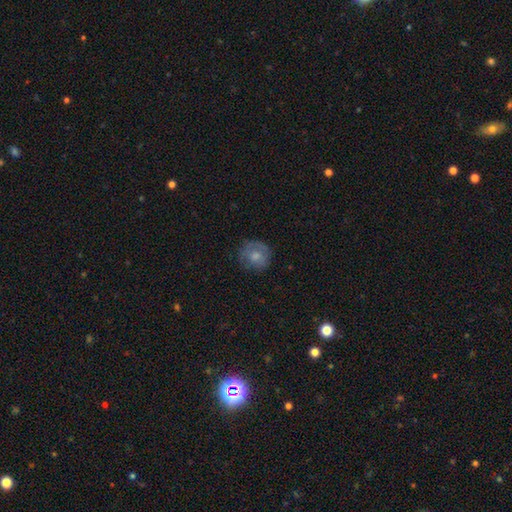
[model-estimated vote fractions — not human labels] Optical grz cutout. It shows a smooth galaxy with no disk features (70%) that is round (87%). Merging: none (73%).